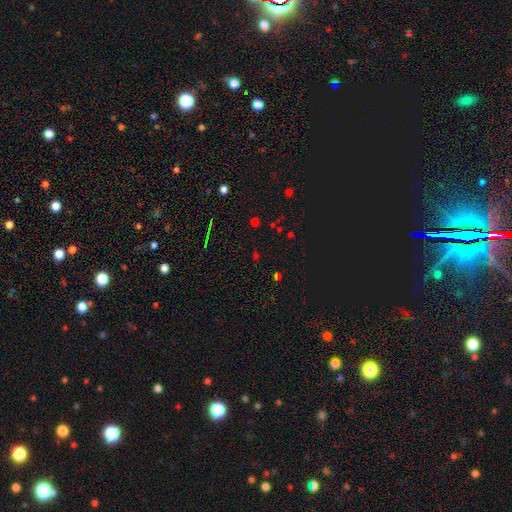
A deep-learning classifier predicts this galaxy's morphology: A star or artifact, not a galaxy (62%).

Vote fractions:
- Smooth or featured? star or artifact: 62% / smooth: 30% / featured or disk: 9%